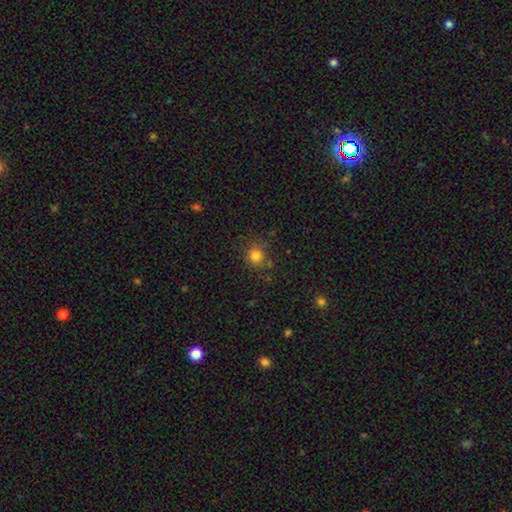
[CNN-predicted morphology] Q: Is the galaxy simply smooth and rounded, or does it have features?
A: smooth — 80%.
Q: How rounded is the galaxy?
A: round — 87%.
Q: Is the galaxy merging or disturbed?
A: none — 80%.